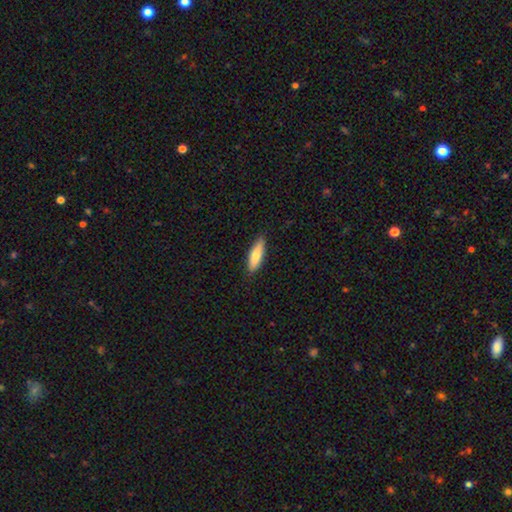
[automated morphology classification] smooth-or-featured: smooth: 73% | featured or disk: 21% | star or artifact: 6%
  how-rounded: cigar-shaped: 51% | in between: 47% | round: 2%
  merging: none: 87% | minor disturbance: 10% | major disturbance: 2% | merger: 1%